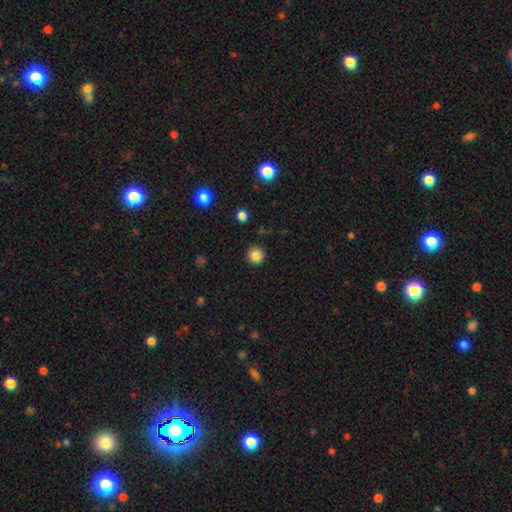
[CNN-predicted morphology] This appears to be a smooth galaxy with no disk features (85%) that is round (95%). Merging: none (92%).